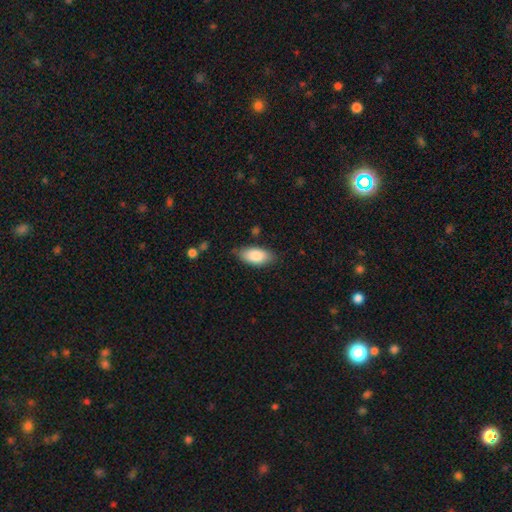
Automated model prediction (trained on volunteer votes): This is clearly a smooth galaxy (85%). How rounded: clearly in between (91%). Merging: likely none (80%).